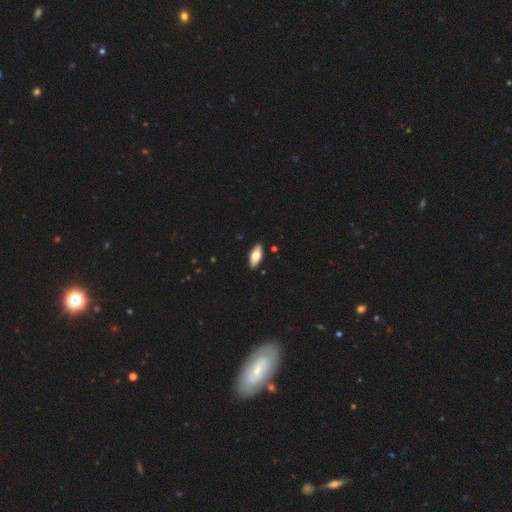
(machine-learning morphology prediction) smooth 72%, featured or disk 22%, star or artifact 6%. Down the decision tree: how rounded — in between (85%); merging — none (89%).